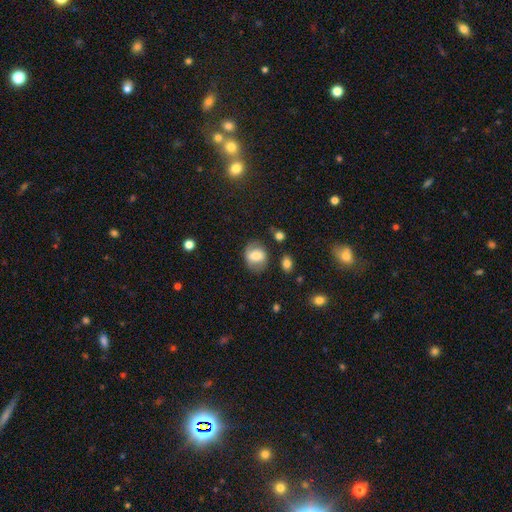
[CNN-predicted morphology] smooth 65%, featured or disk 26%, star or artifact 9%. Down the decision tree: how rounded — in between (53%); merging — none (69%).